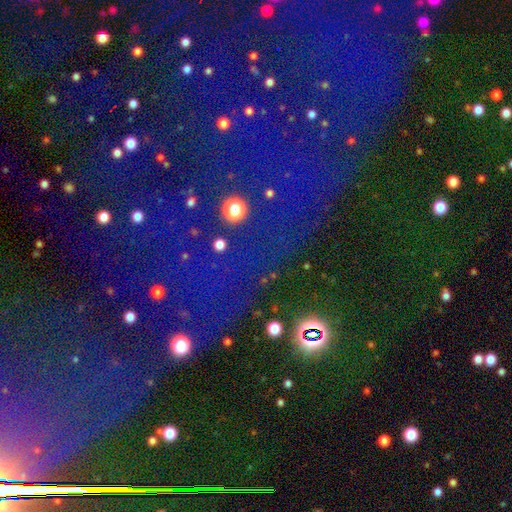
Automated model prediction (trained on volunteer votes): smooth-or-featured: star or artifact: 81% | smooth: 11% | featured or disk: 8%